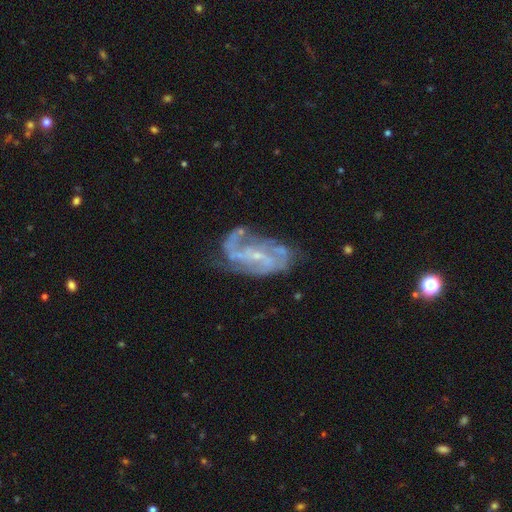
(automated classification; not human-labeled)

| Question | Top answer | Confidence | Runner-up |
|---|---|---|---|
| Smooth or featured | featured or disk | 86% | star or artifact (7%) |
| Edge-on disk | no | 96% | yes (4%) |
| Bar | weak | 44% | no (34%) |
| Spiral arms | yes | 93% | no (7%) |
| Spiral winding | medium | 46% | loose (31%) |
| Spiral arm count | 2 | 44% | 3 (20%) |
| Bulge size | small | 76% | moderate (14%) |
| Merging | none | 54% | minor disturbance (24%) |